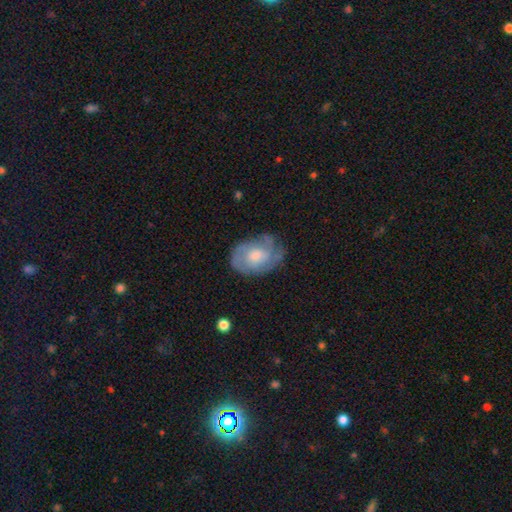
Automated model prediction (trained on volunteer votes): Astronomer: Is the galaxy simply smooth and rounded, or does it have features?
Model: featured or disk — 61%.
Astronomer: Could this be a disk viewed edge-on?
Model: no — 96%.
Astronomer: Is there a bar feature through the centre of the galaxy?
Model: no — 73%.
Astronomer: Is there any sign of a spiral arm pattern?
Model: yes — 77%.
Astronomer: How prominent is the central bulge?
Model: moderate — 54%.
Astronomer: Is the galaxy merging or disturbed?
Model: none — 61%.